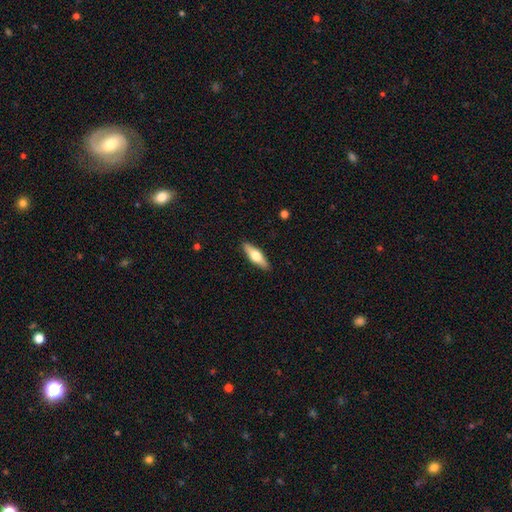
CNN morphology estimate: A smooth galaxy with no disk features (49%). Merging: none (90%).